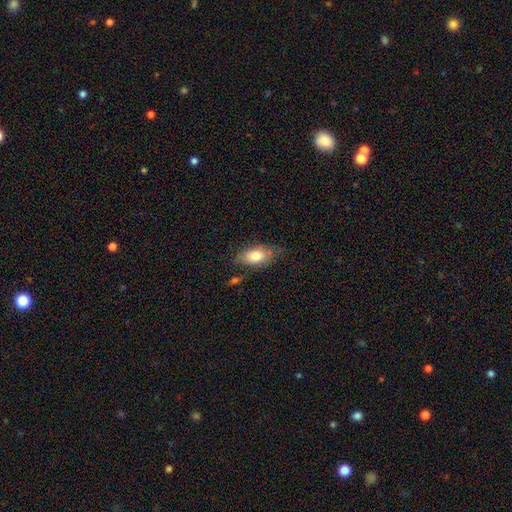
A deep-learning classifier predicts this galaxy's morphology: smooth_or_featured: smooth (p=0.75) [alt: featured or disk p=0.18]
how_rounded: in between (p=0.87) [alt: cigar-shaped p=0.07]
merging: none (p=0.62) [alt: minor disturbance p=0.25]